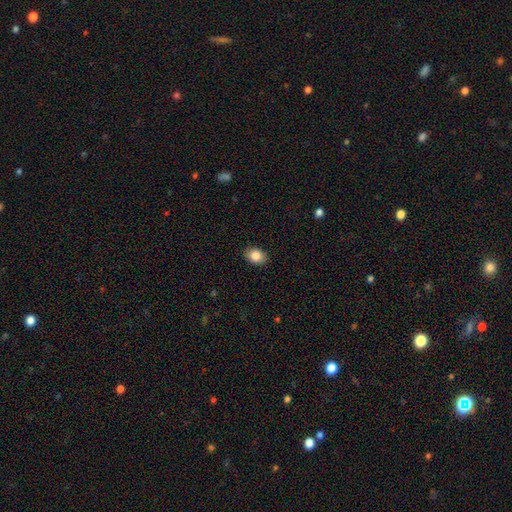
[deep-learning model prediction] A smooth galaxy with no disk features (84%) that is in between round and cigar-shaped (71%). Merging: none (89%).